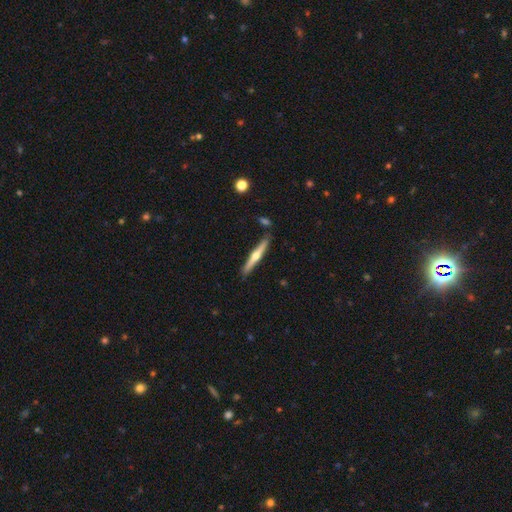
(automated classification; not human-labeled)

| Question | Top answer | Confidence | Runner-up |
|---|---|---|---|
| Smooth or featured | featured or disk | 64% | smooth (31%) |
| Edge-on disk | yes | 97% | no (3%) |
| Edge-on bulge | rounded | 90% | none (7%) |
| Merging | none | 86% | minor disturbance (9%) |